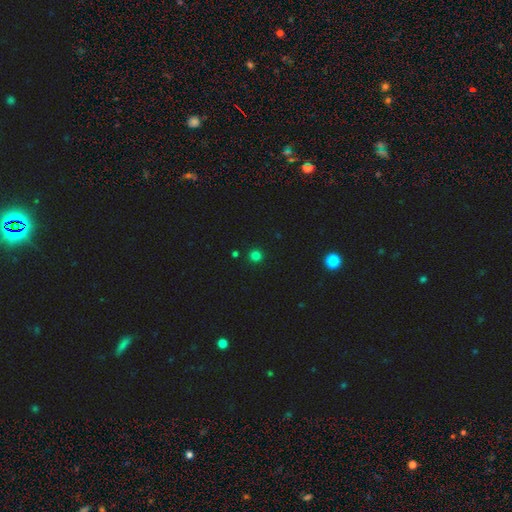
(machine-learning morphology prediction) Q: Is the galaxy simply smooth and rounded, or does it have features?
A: smooth — 79%.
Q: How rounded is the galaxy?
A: round — 95%.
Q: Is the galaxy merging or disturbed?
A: none — 91%.